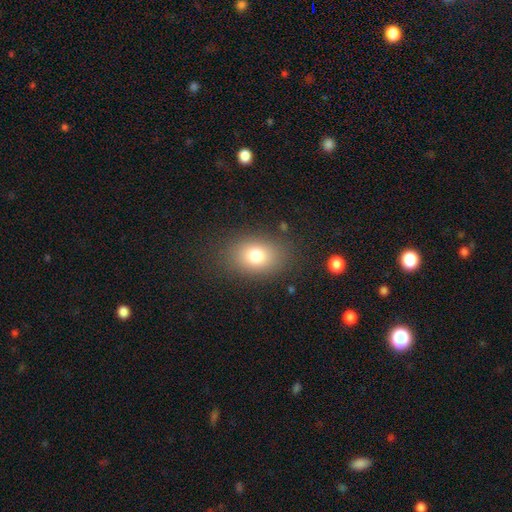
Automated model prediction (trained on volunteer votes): This is likely a smooth galaxy (77%). How rounded: likely in between (71%). Merging: clearly none (83%).